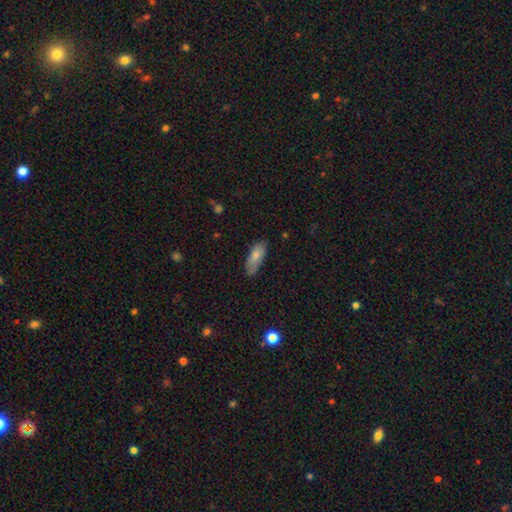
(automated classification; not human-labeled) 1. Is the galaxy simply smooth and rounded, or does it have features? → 80% smooth, 13% featured or disk, 6% star or artifact.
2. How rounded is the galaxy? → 75% in between, 23% cigar-shaped, 2% round.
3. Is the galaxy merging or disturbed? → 77% none, 19% minor disturbance, 3% major disturbance, 1% merger.